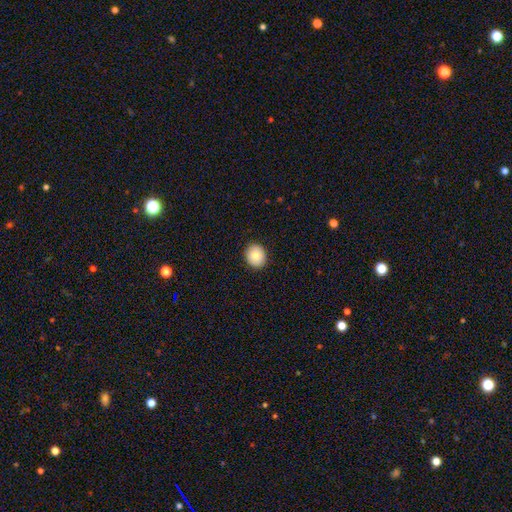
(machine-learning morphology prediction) Q: Smooth or featured?
A: smooth (84%); runner-up: featured or disk (8%)
Q: How rounded?
A: round (75%); runner-up: in between (24%)
Q: Merging?
A: none (91%); runner-up: minor disturbance (6%)